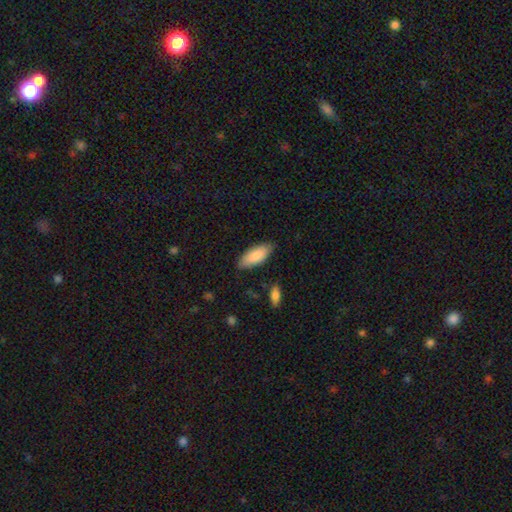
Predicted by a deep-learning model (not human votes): Smooth or featured? smooth (87%)
How rounded? in between (80%)
Merging? none (83%)